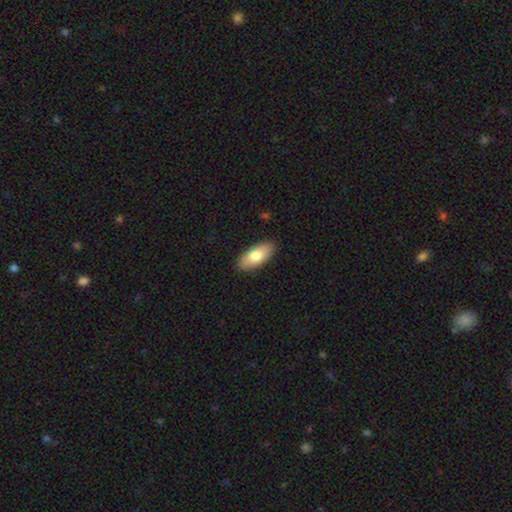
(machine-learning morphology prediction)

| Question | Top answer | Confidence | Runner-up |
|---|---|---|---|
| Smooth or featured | smooth | 78% | featured or disk (17%) |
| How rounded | in between | 86% | cigar-shaped (11%) |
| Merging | none | 89% | minor disturbance (8%) |